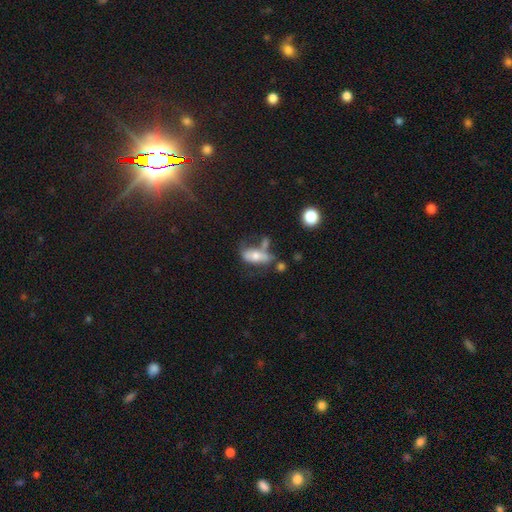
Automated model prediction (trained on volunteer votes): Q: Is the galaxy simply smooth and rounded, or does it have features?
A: smooth — 53%.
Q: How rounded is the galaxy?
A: in between — 78%.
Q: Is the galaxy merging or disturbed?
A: none — 31%.